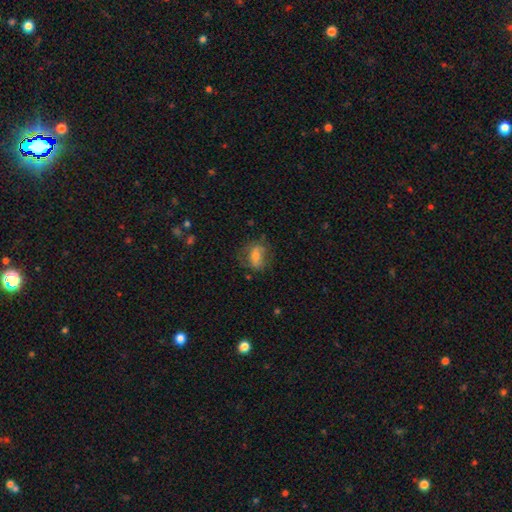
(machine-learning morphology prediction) Smooth or featured?
  - smooth: 60% *
  - featured or disk: 30%
  - star or artifact: 10%
How rounded?
  - in between: 66% *
  - round: 30%
  - cigar-shaped: 4%
Merging?
  - none: 63% *
  - minor disturbance: 22%
  - major disturbance: 13%
  - merger: 2%